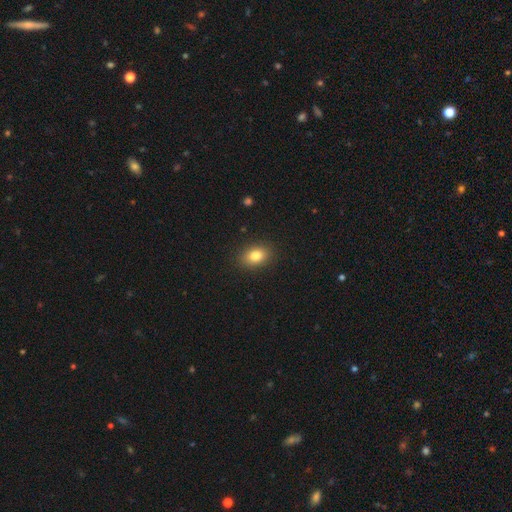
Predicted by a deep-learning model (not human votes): A smooth galaxy with no disk features (83%) that is in between round and cigar-shaped (77%).

Vote fractions:
- Smooth or featured? smooth: 83% / star or artifact: 10% / featured or disk: 8%
- How rounded? in between: 77% / round: 21% / cigar-shaped: 1%
- Merging? none: 89% / minor disturbance: 8% / major disturbance: 2% / merger: 1%